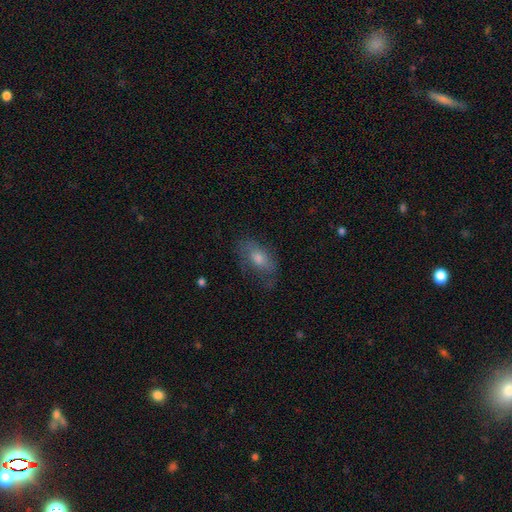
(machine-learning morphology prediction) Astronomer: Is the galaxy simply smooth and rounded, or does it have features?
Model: smooth — 53% (runner-up: featured or disk, 33%).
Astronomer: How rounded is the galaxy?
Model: in between — 85%.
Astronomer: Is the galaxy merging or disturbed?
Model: none — 64%.